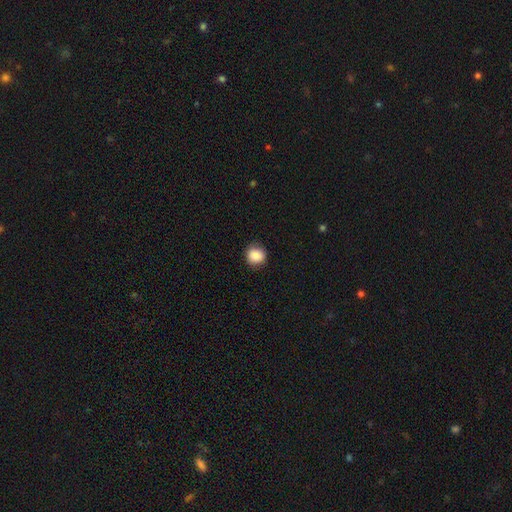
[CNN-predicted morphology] smooth 86%, star or artifact 9%, featured or disk 6%. Down the decision tree: how rounded — round (89%); merging — none (85%).